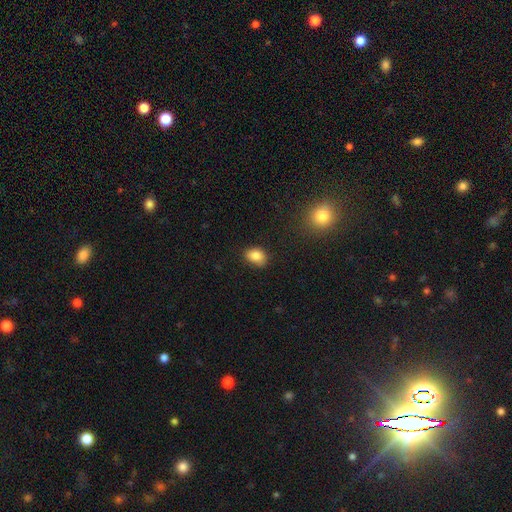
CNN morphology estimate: Overall: smooth (84%). How rounded: in between (68%; round 31%). Merging: none (74%).